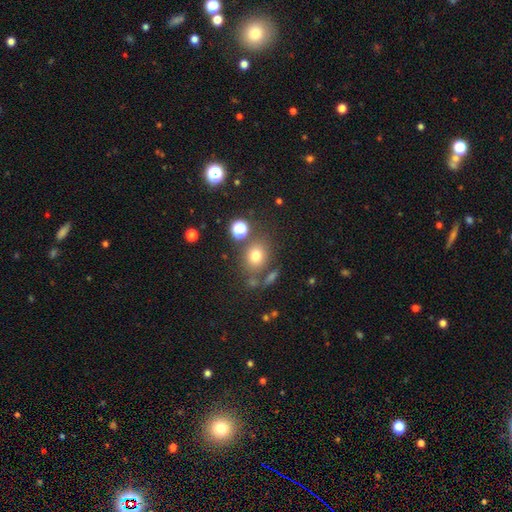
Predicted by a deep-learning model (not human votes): A smooth galaxy with no disk features (72%) that is round (67%).

Vote fractions:
- Smooth or featured? smooth: 72% / star or artifact: 17% / featured or disk: 11%
- How rounded? round: 67% / in between: 31% / cigar-shaped: 1%
- Merging? none: 72% / minor disturbance: 12% / merger: 10% / major disturbance: 5%